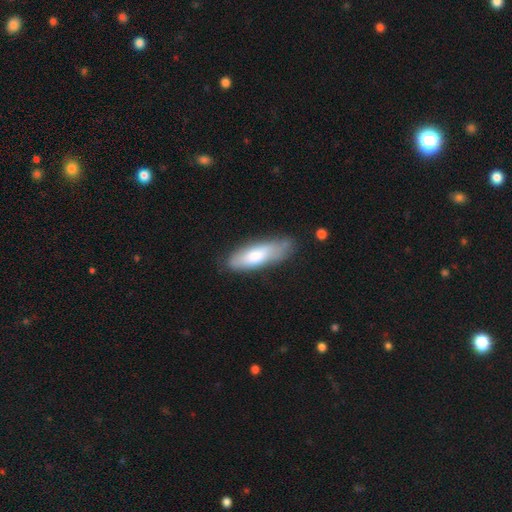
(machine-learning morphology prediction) This is likely a smooth galaxy (73%). How rounded: possibly in between (57%). Merging: likely none (64%).